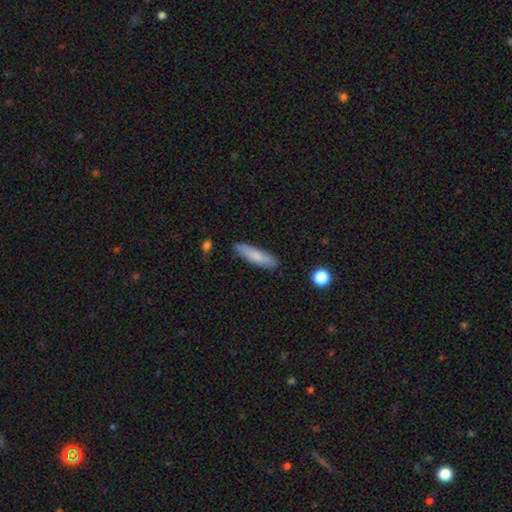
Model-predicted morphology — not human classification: The model was most divided on "how rounded": cigar-shaped: 69%, in between: 29%, round: 2%. More confident: merging — none (83%); smooth or featured — smooth (77%).